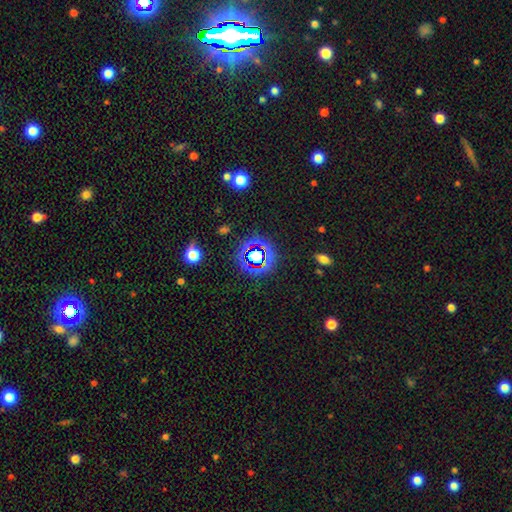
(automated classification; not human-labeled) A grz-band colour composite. It shows a star or artifact, not a galaxy (67%).